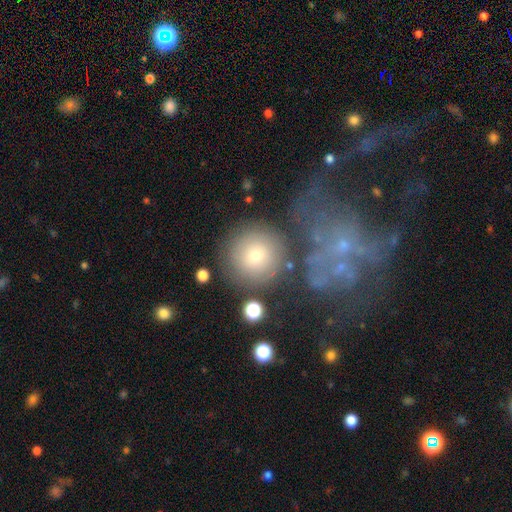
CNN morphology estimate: type=smooth (65%); roundness=round (93%); merging=none (73%).